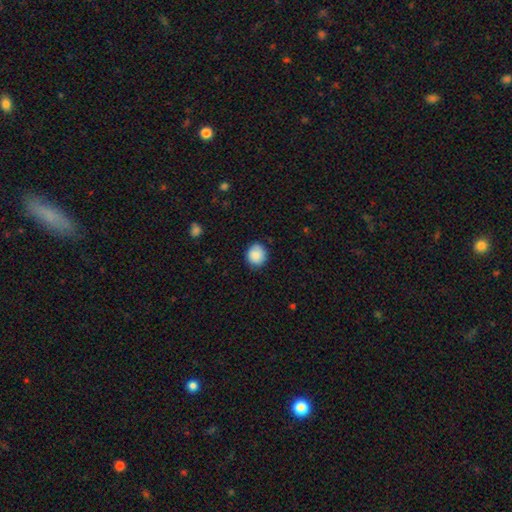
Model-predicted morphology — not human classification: type=smooth (87%); roundness=round (84%); merging=none (83%).